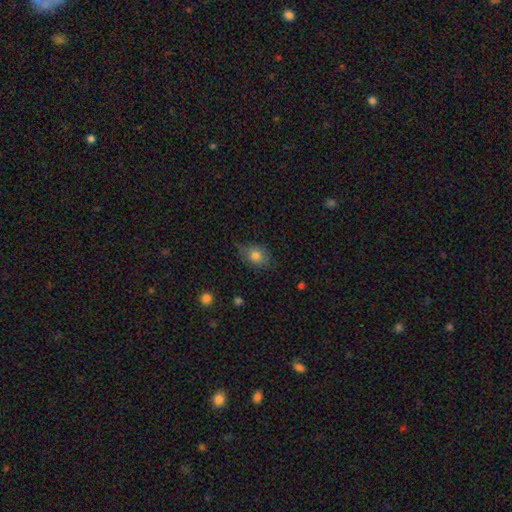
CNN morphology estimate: type=smooth (79%); roundness=in between (55%); merging=none (65%).